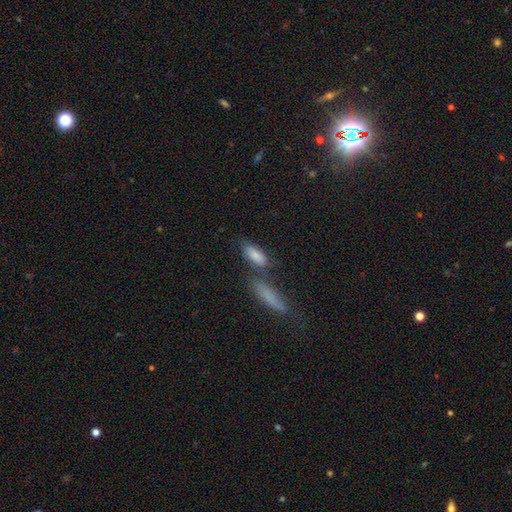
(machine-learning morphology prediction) smooth 83%, featured or disk 10%, star or artifact 7%. Down the decision tree: how rounded — in between (70%); merging — none (55%).